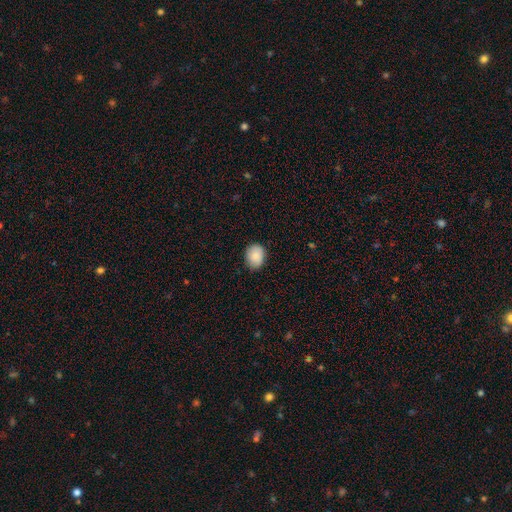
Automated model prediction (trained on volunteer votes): Smooth or featured?
  - smooth: 88% *
  - star or artifact: 7%
  - featured or disk: 5%
How rounded?
  - in between: 57% *
  - round: 42%
  - cigar-shaped: 1%
Merging?
  - none: 82% *
  - minor disturbance: 15%
  - major disturbance: 2%
  - merger: 1%